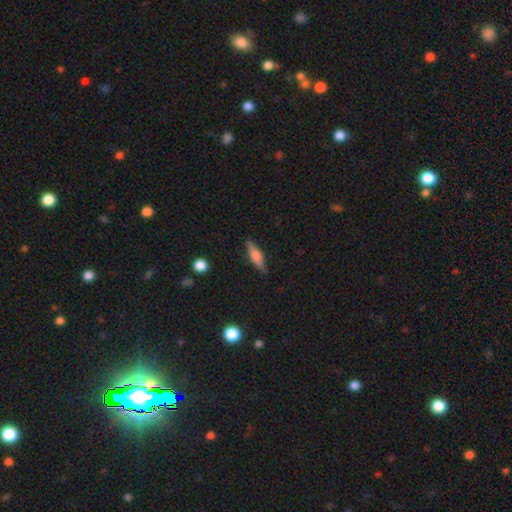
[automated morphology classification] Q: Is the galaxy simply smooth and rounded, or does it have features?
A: smooth — 54%.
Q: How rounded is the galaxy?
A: cigar-shaped — 63%.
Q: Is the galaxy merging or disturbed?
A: none — 84%.